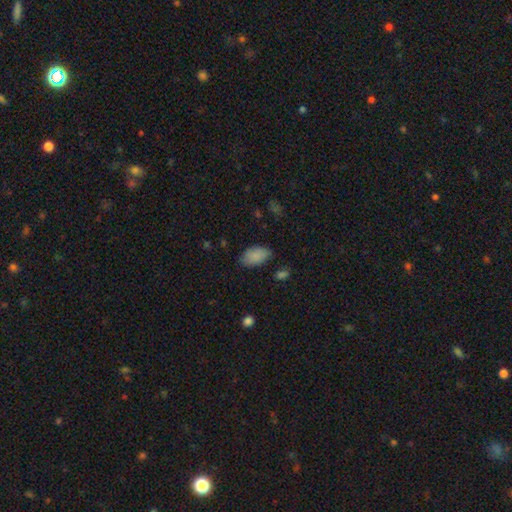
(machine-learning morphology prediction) Smooth or featured? Predicted: smooth (p=0.87). How rounded? Predicted: in between (p=0.94). Merging? Predicted: none (p=0.77).